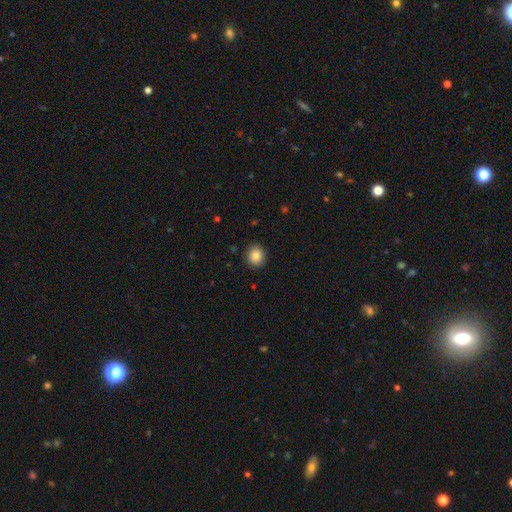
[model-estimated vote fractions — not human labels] A smooth galaxy with no disk features (87%) that is round (85%). Merging: none (90%).